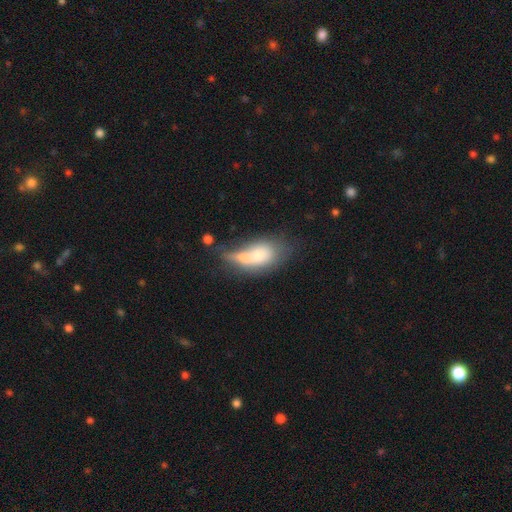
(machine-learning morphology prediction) Smooth or featured? Predicted: smooth (p=0.64). How rounded? Predicted: in between (p=0.80). Merging? Predicted: merger (p=0.52).